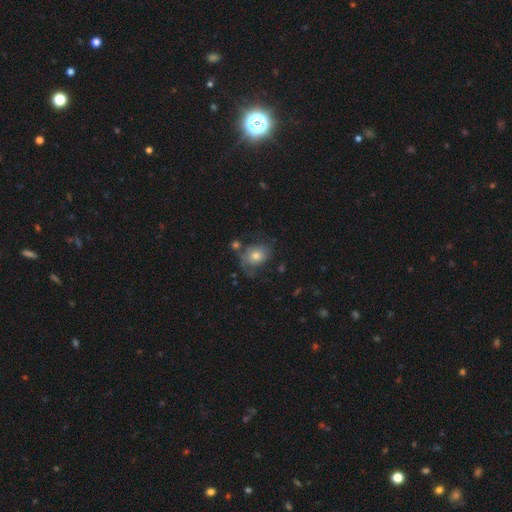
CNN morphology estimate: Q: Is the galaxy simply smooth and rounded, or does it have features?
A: smooth — 62%.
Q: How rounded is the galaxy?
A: in between — 51%.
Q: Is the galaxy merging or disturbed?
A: none — 53%.